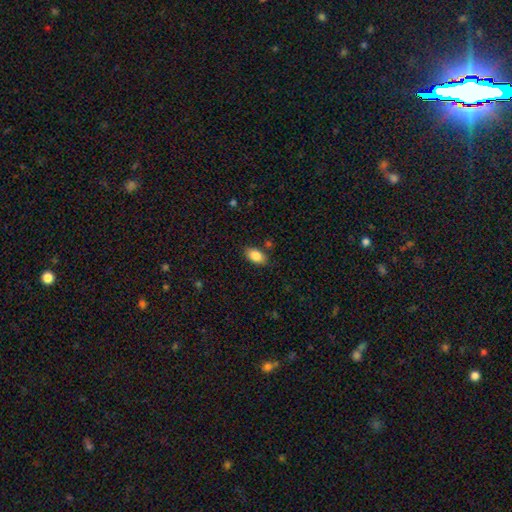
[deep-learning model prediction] Morphology: type=smooth (86%); roundness=in between (91%); merging=none (83%).